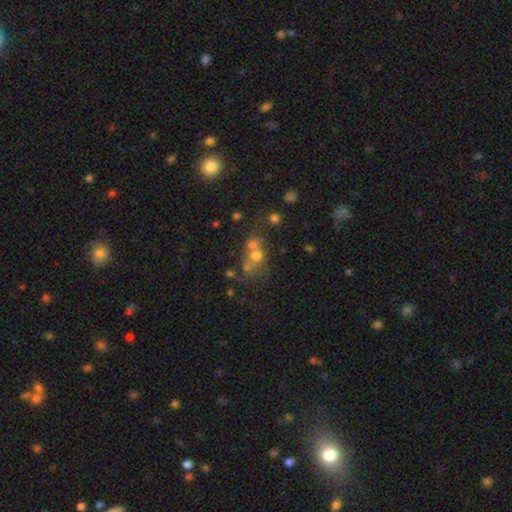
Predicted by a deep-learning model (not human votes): Overall: smooth (57%; featured or disk 23%). How rounded: round (68%; in between 30%). Merging: merger (52%; none 31%).